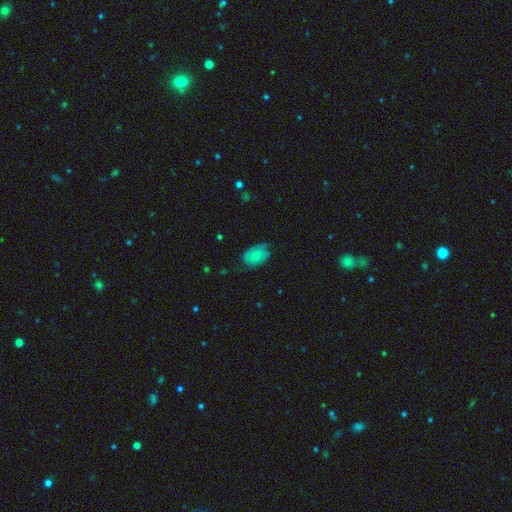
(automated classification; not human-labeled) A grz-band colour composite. It shows a smooth galaxy with no disk features (63%) that is in between round and cigar-shaped (85%). Merging: none (56%).